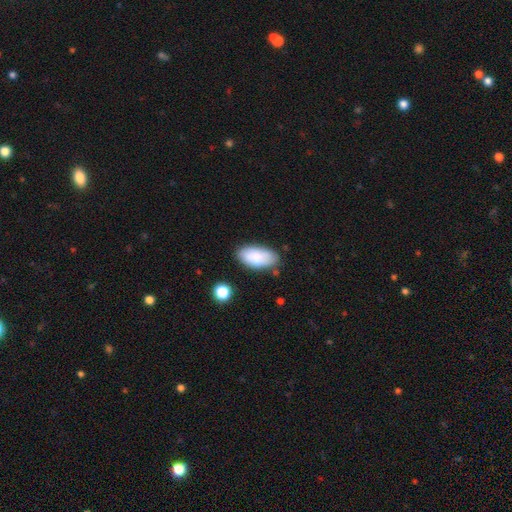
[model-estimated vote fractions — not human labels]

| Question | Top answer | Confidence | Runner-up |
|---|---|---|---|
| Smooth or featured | smooth | 83% | featured or disk (10%) |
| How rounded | in between | 94% | cigar-shaped (4%) |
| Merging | none | 73% | minor disturbance (18%) |